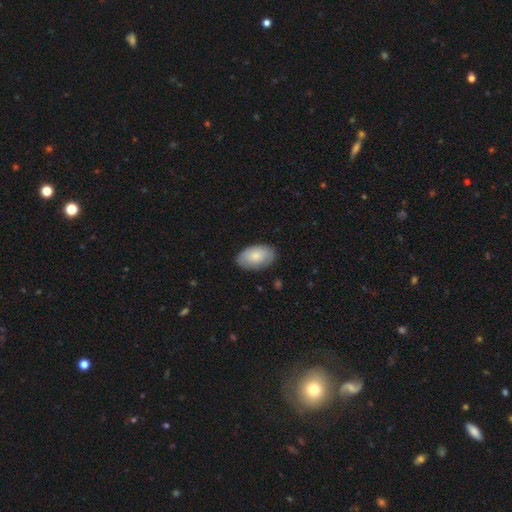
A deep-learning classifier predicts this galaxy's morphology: smooth_or_featured: smooth (p=0.78) [alt: featured or disk p=0.16]
how_rounded: in between (p=0.94) [alt: round p=0.05]
merging: none (p=0.82) [alt: minor disturbance p=0.14]